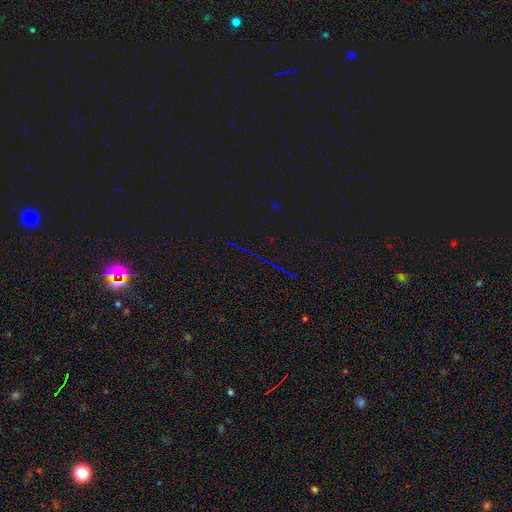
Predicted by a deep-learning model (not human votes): This appears to be a star or artifact, not a galaxy (80%).